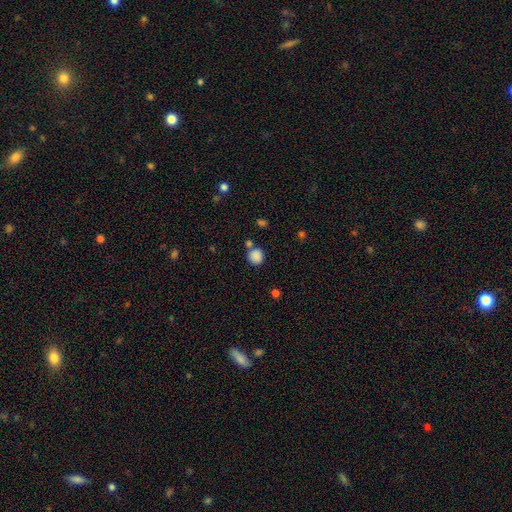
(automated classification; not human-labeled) This is clearly a smooth galaxy (86%). How rounded: clearly round (88%). Merging: likely none (73%).